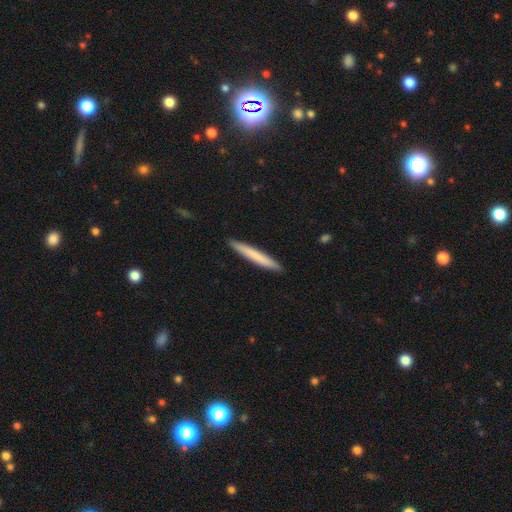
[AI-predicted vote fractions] The model was most divided on "smooth or featured": smooth: 73%, featured or disk: 22%, star or artifact: 5%. More confident: how rounded — cigar-shaped (97%); merging — none (92%).